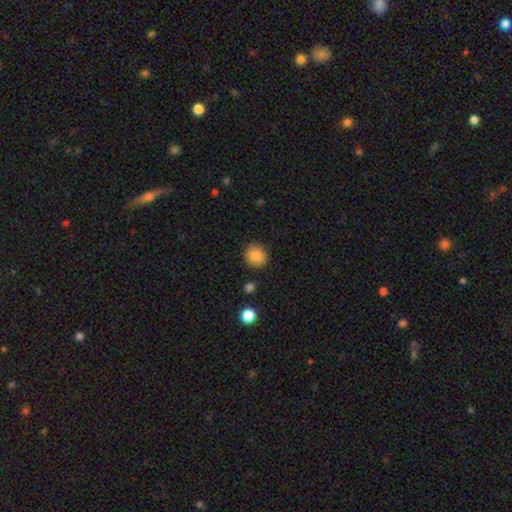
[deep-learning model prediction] Morphology: type=smooth (84%); roundness=round (88%); merging=none (87%).